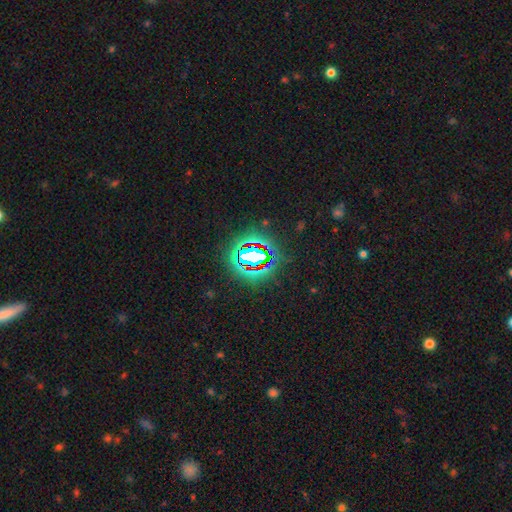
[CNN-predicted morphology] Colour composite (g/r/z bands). It shows a star or artifact, not a galaxy (80%).